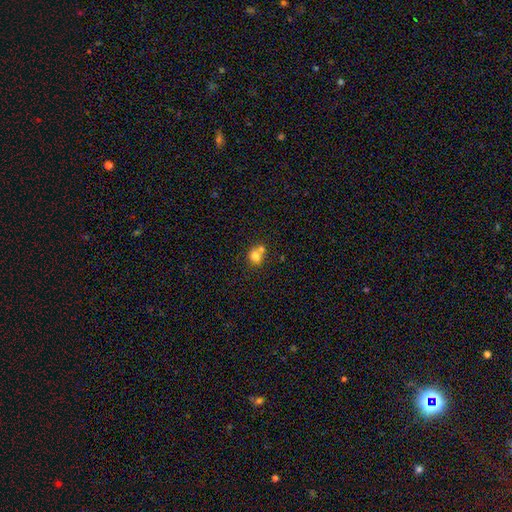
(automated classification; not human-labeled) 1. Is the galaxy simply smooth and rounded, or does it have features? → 77% smooth, 12% star or artifact, 12% featured or disk.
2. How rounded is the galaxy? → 69% round, 30% in between, 1% cigar-shaped.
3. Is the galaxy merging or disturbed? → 46% merger, 41% none, 9% minor disturbance, 4% major disturbance.